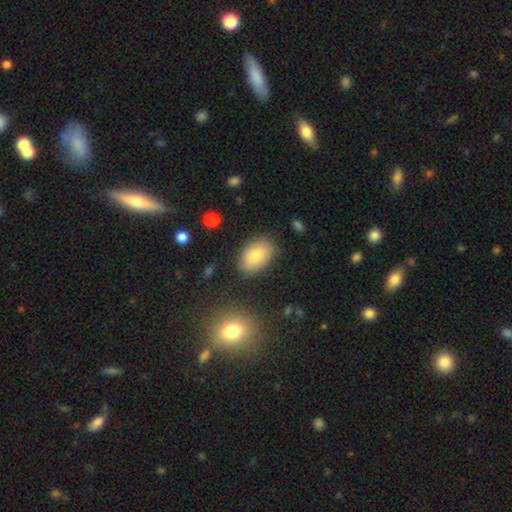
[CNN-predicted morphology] This appears to be a smooth galaxy with no disk features (82%) that is in between round and cigar-shaped (90%). Merging: none (82%).